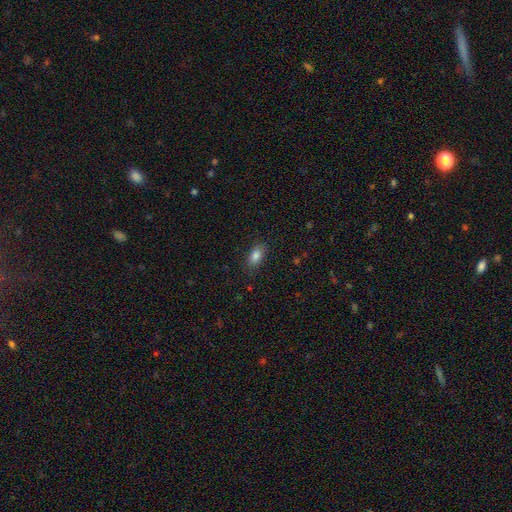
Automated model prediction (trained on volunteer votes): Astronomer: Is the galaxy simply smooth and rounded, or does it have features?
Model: smooth — 85%.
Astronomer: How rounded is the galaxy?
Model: in between — 90%.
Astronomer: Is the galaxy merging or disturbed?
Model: none — 84%.